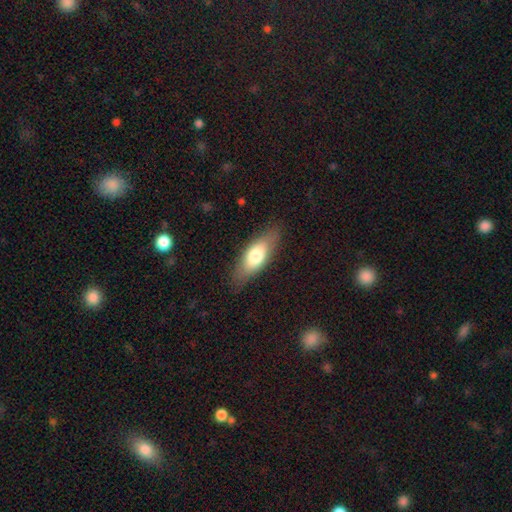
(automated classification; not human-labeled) Smooth or featured: smooth — 69% (featured or disk — 25%)
How rounded: in between — 71% (cigar-shaped — 26%)
Merging: none — 82% (minor disturbance — 14%)